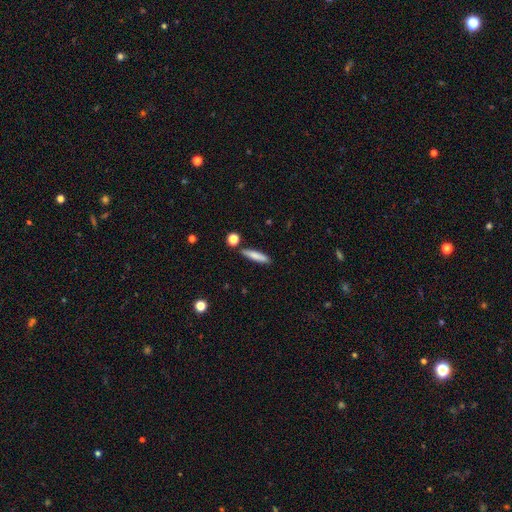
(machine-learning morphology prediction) Smooth or featured? smooth (78%)
How rounded? cigar-shaped (83%)
Merging? none (84%)